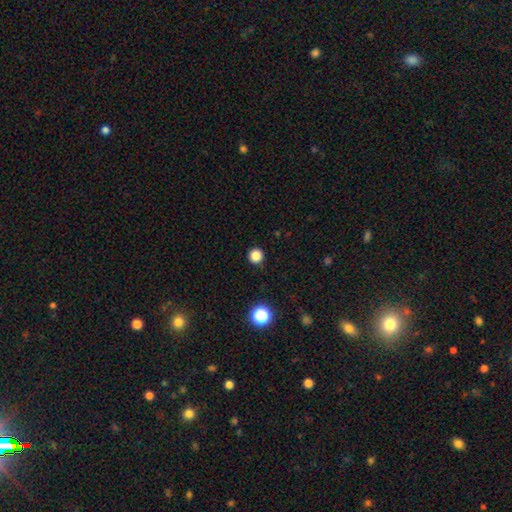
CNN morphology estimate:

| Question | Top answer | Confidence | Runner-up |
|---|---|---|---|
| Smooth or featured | smooth | 84% | star or artifact (13%) |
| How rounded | round | 96% | in between (3%) |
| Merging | none | 92% | minor disturbance (5%) |